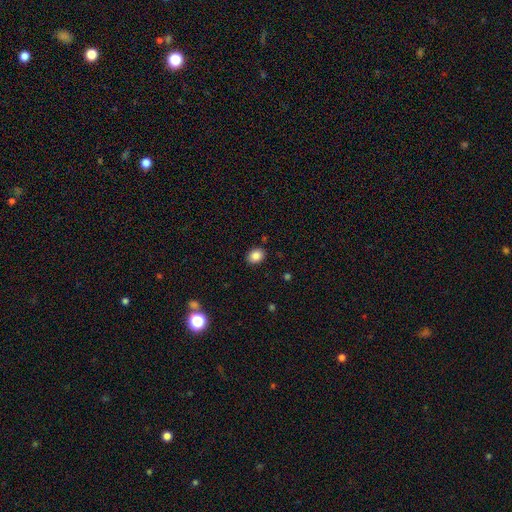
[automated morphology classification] smooth-or-featured: smooth: 86% | star or artifact: 9% | featured or disk: 4%
  how-rounded: in between: 59% | round: 40% | cigar-shaped: 1%
  merging: none: 88% | minor disturbance: 8% | major disturbance: 2% | merger: 1%